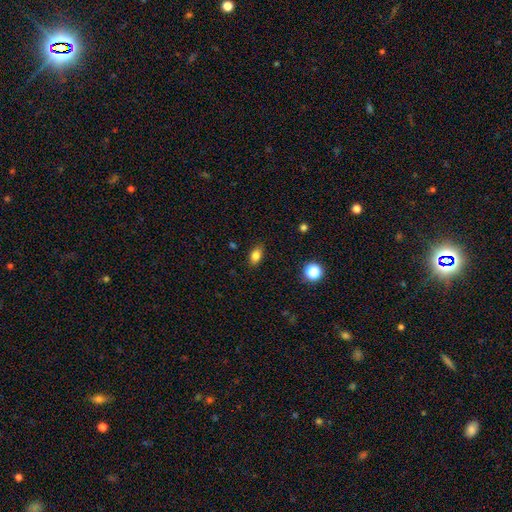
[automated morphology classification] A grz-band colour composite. It shows a smooth galaxy with no disk features (82%) that is in between round and cigar-shaped (82%). Merging: none (86%).